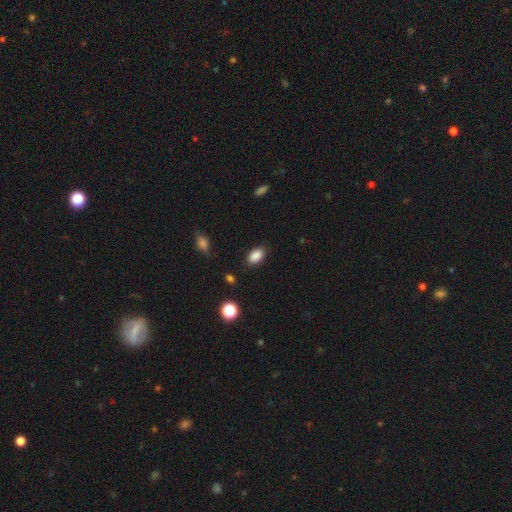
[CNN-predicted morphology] smooth-or-featured: smooth: 88% | star or artifact: 9% | featured or disk: 4%
  how-rounded: in between: 88% | round: 10% | cigar-shaped: 2%
  merging: none: 85% | minor disturbance: 11% | major disturbance: 3% | merger: 1%